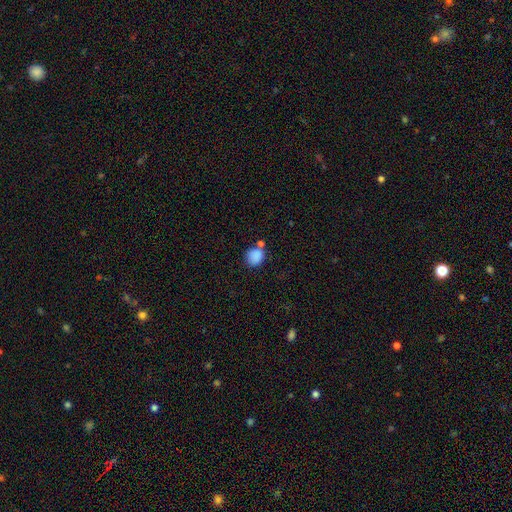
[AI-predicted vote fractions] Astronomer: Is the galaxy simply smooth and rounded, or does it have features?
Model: smooth — 86%.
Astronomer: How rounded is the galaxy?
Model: round — 74%.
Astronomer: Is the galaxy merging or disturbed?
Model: none — 59%.